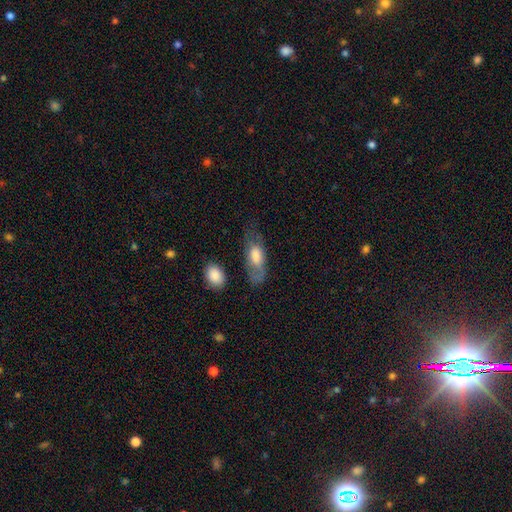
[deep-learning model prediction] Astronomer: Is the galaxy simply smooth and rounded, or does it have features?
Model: smooth — 61%.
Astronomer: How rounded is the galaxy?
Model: in between — 80%.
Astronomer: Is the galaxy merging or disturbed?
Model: none — 51% (runner-up: minor disturbance, 26%).